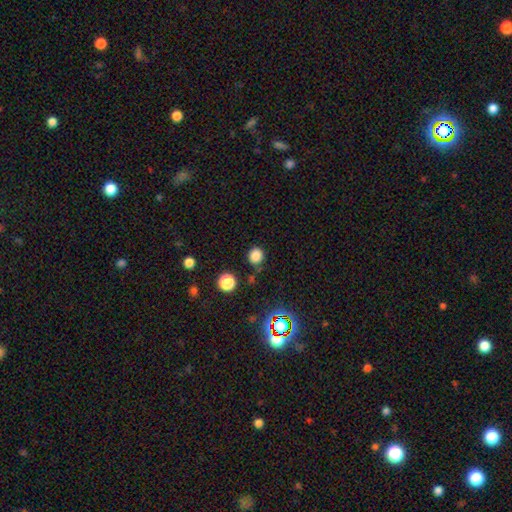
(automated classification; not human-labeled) The model was most divided on "smooth or featured": smooth: 80%, star or artifact: 16%, featured or disk: 4%. More confident: how rounded — round (86%); merging — none (84%).